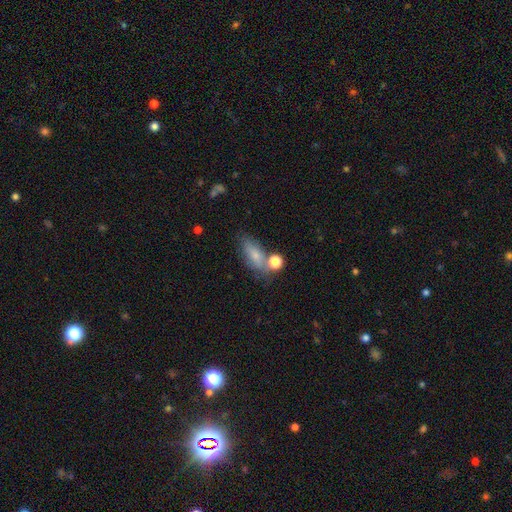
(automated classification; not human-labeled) This appears to be a smooth galaxy with no disk features (72%) that is in between round and cigar-shaped (73%). Merging: none (54%).